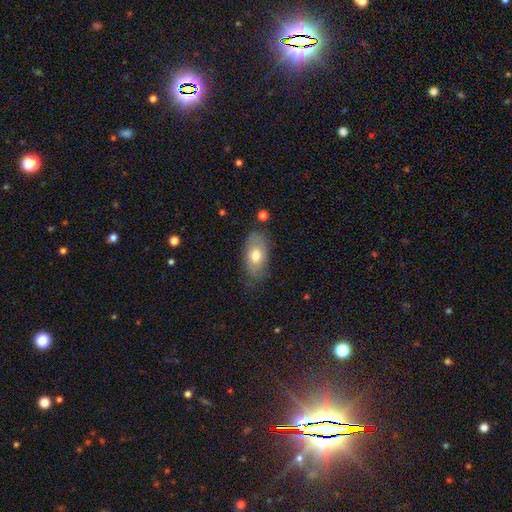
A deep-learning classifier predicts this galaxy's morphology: This is likely a smooth galaxy (70%). How rounded: clearly in between (90%). Merging: likely none (72%).